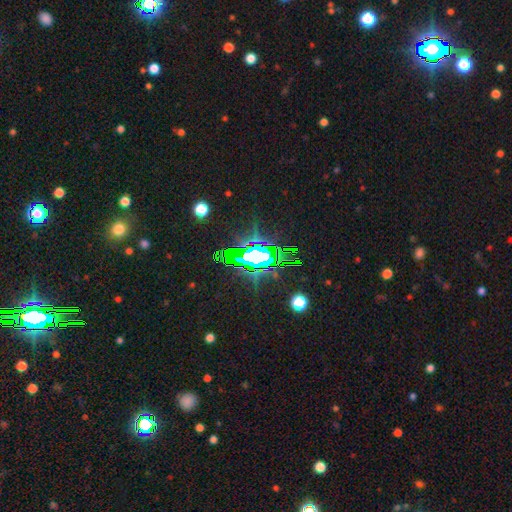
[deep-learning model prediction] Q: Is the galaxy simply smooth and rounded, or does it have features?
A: star or artifact — 72%.